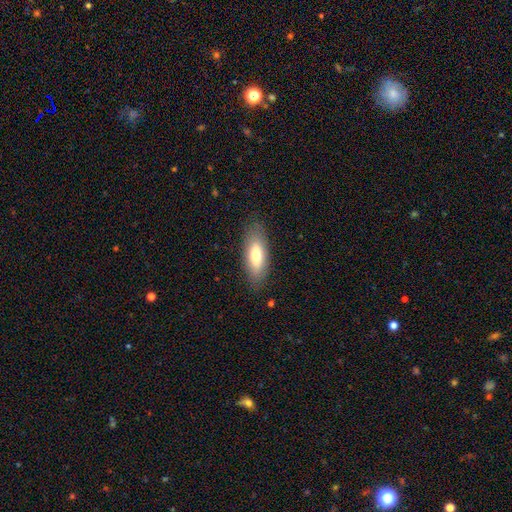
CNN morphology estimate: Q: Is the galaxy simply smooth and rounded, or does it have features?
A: smooth — 71%.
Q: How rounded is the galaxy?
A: in between — 72%.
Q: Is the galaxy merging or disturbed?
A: none — 84%.